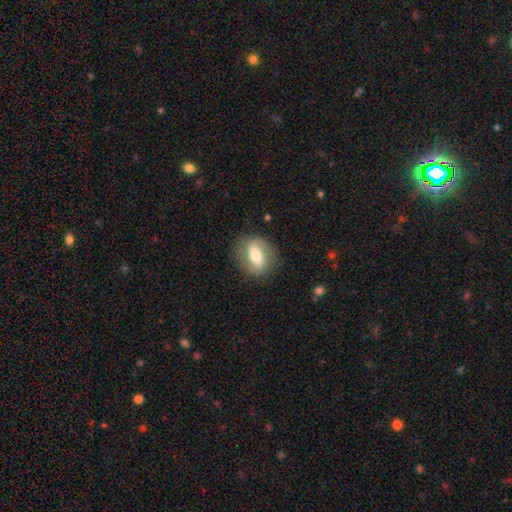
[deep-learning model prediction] This is possibly a featured or disk galaxy (48%). Merging: clearly none (83%).